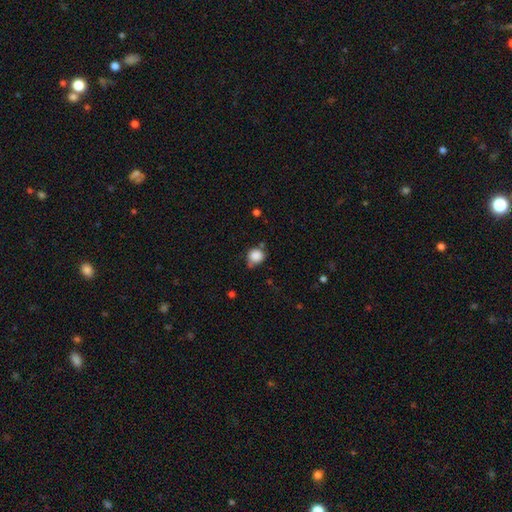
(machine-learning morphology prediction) Smooth or featured? Predicted: smooth (p=0.86). How rounded? Predicted: round (p=0.85). Merging? Predicted: none (p=0.61).